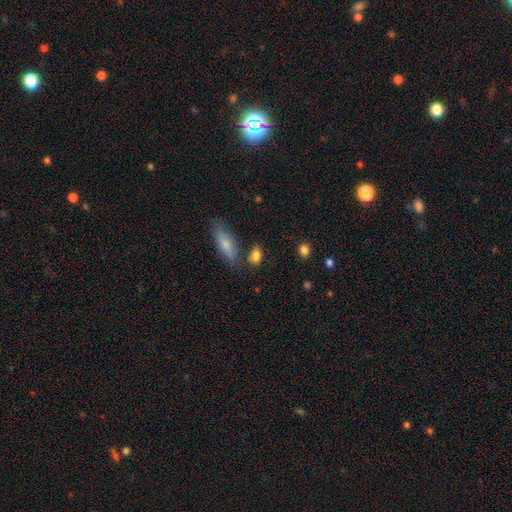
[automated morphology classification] This is clearly a smooth galaxy (83%). How rounded: likely in between (77%). Merging: likely none (68%).